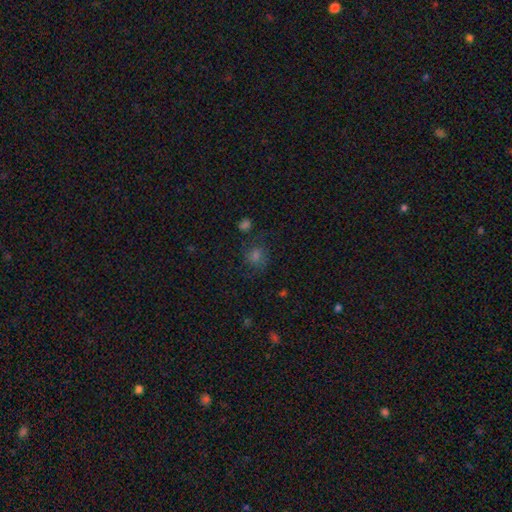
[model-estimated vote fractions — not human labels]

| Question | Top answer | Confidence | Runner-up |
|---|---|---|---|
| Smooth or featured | smooth | 53% | star or artifact (30%) |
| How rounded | round | 79% | in between (20%) |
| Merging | none | 71% | minor disturbance (16%) |